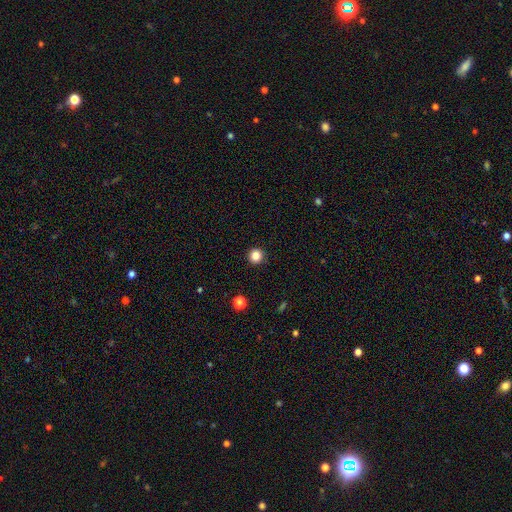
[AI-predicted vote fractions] This appears to be a smooth galaxy with no disk features (84%) that is round (95%). Merging: none (93%).